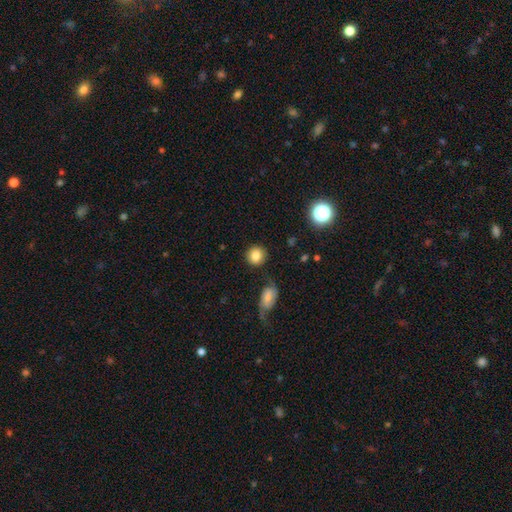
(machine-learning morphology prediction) Smooth or featured?
  - smooth: 83% *
  - star or artifact: 9%
  - featured or disk: 8%
How rounded?
  - round: 89% *
  - in between: 10%
  - cigar-shaped: 1%
Merging?
  - none: 83% *
  - minor disturbance: 9%
  - merger: 4%
  - major disturbance: 3%